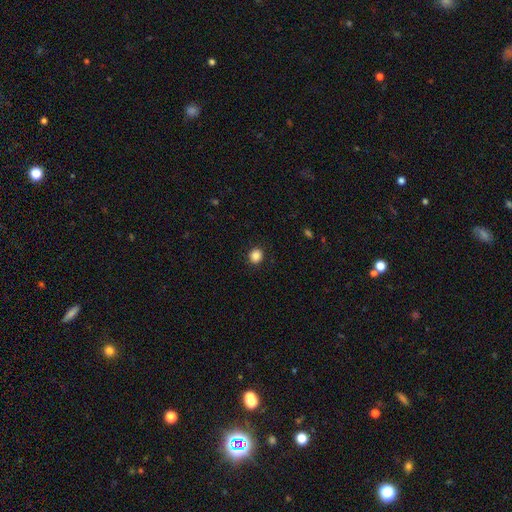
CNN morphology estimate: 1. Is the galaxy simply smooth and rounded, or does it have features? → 86% smooth, 10% star or artifact, 4% featured or disk.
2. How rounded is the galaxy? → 86% round, 13% in between, 1% cigar-shaped.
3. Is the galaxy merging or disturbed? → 91% none, 6% minor disturbance, 2% major disturbance, 1% merger.